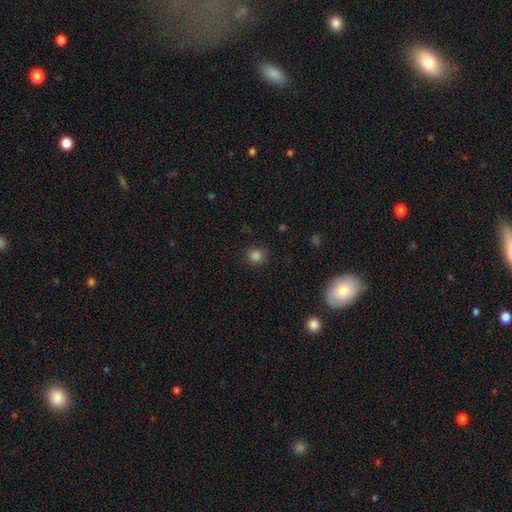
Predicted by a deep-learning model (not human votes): Morphology: type=smooth (84%); roundness=round (91%); merging=none (88%).